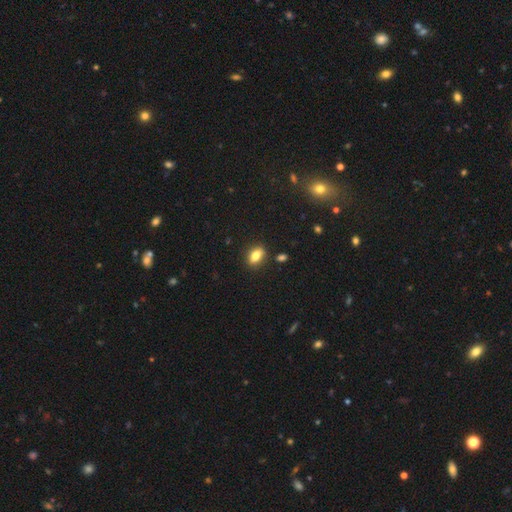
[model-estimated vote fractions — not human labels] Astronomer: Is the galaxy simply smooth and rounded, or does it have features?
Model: smooth — 76%.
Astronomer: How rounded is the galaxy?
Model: in between — 80%.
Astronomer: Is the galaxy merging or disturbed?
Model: none — 84%.